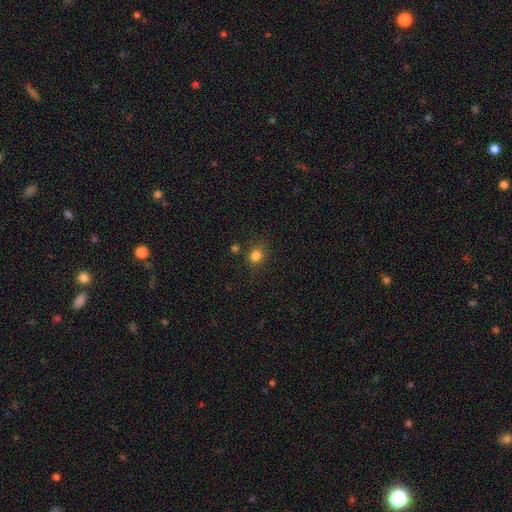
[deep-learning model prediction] Smooth or featured: smooth — 82% (star or artifact — 13%)
How rounded: round — 63% (in between — 36%)
Merging: none — 72% (minor disturbance — 16%)